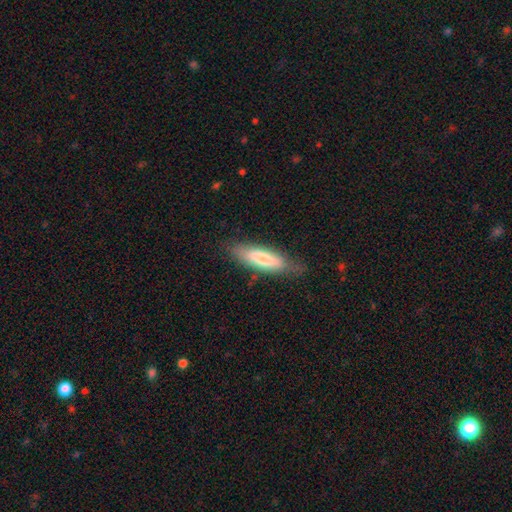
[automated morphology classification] smooth_or_featured: smooth (p=0.74) [alt: featured or disk p=0.20]
how_rounded: cigar-shaped (p=0.52) [alt: in between p=0.47]
merging: none (p=0.69) [alt: minor disturbance p=0.22]